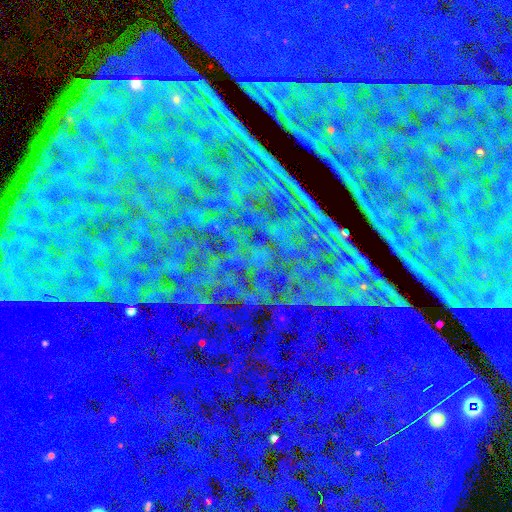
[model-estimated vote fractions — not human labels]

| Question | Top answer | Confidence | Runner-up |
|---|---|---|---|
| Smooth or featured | star or artifact | 88% | featured or disk (6%) |